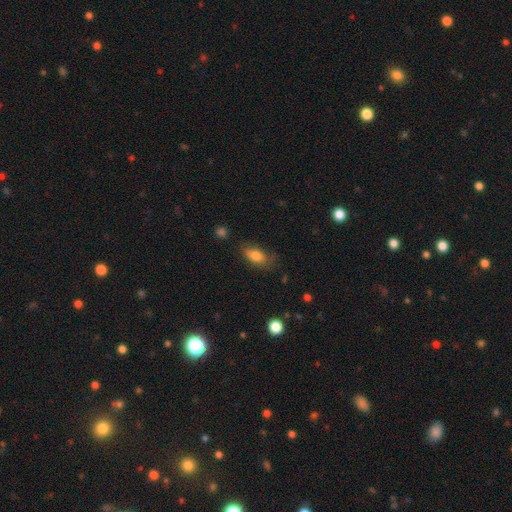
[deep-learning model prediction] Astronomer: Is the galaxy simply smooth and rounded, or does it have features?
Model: smooth — 78%.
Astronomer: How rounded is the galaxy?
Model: in between — 84%.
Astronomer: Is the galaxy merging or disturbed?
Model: none — 64%.